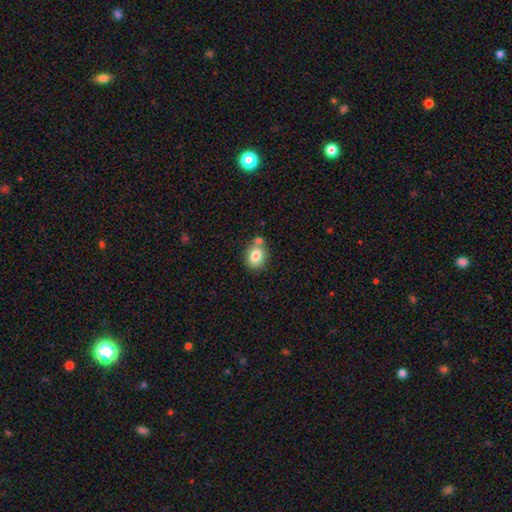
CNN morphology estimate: Q: Smooth or featured?
A: smooth (80%); runner-up: featured or disk (11%)
Q: How rounded?
A: round (52%); runner-up: in between (47%)
Q: Merging?
A: none (57%); runner-up: merger (26%)